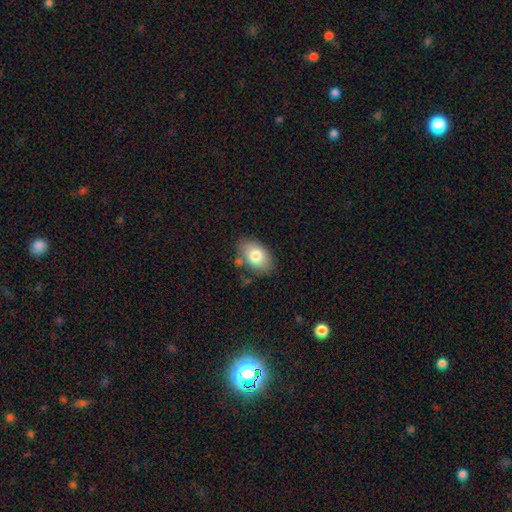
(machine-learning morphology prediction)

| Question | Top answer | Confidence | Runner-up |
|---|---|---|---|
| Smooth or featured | smooth | 78% | featured or disk (15%) |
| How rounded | in between | 90% | round (9%) |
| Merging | none | 76% | minor disturbance (16%) |